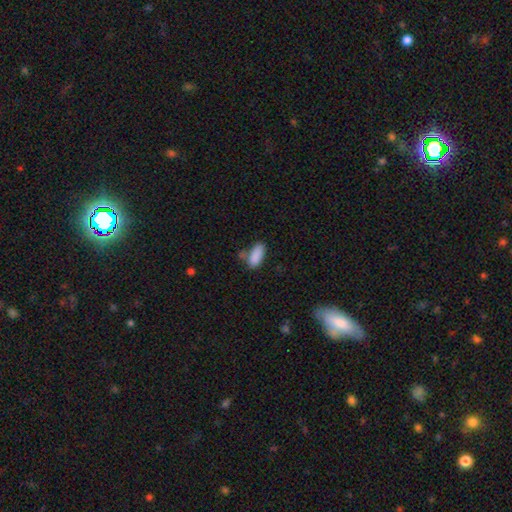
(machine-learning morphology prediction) smooth 87%, star or artifact 8%, featured or disk 5%. Down the decision tree: how rounded — in between (83%); merging — none (58%).